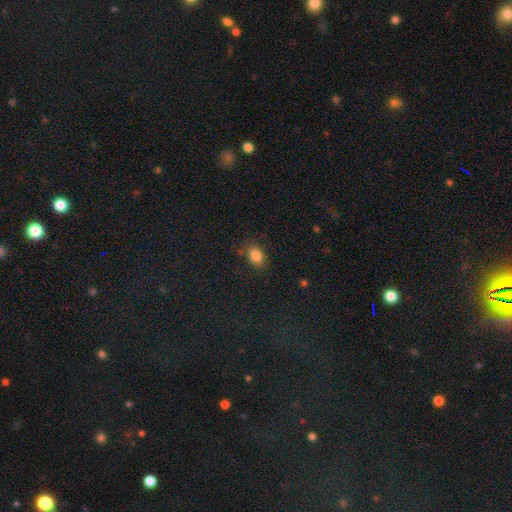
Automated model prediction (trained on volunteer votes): A smooth galaxy with no disk features (84%) that is in between round and cigar-shaped (79%). Merging: none (79%).